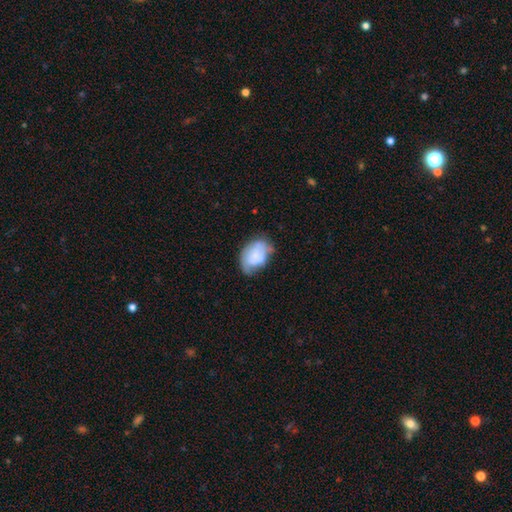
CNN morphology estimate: Q: Smooth or featured?
A: smooth (62%); runner-up: featured or disk (30%)
Q: How rounded?
A: in between (83%); runner-up: round (16%)
Q: Merging?
A: none (45%); runner-up: minor disturbance (35%)